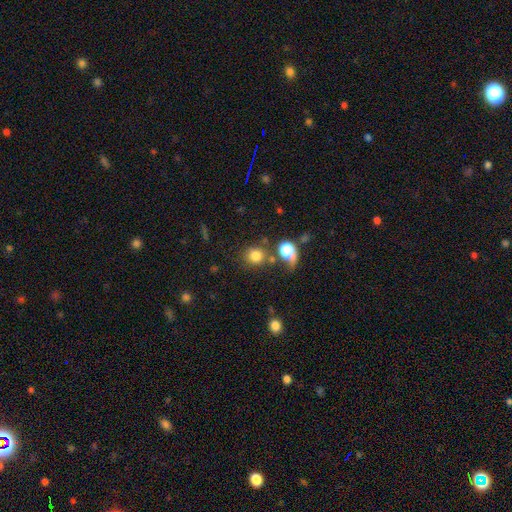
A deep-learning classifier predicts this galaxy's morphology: Smooth or featured? Predicted: smooth (p=0.79). How rounded? Predicted: round (p=0.82). Merging? Predicted: none (p=0.65).